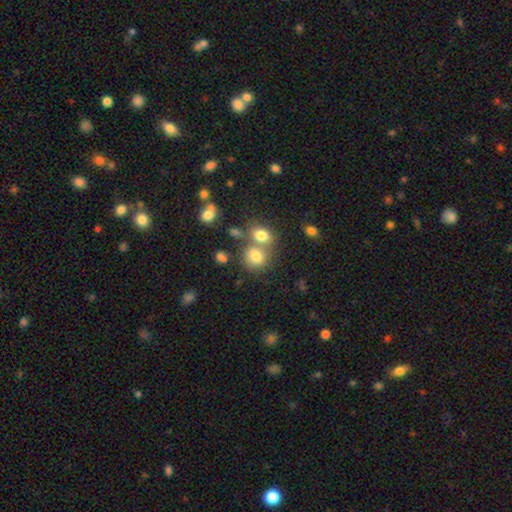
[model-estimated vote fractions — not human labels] smooth-or-featured: smooth: 76% | star or artifact: 12% | featured or disk: 11%
  how-rounded: round: 68% | in between: 31% | cigar-shaped: 1%
  merging: none: 44% | merger: 42% | minor disturbance: 9% | major disturbance: 4%